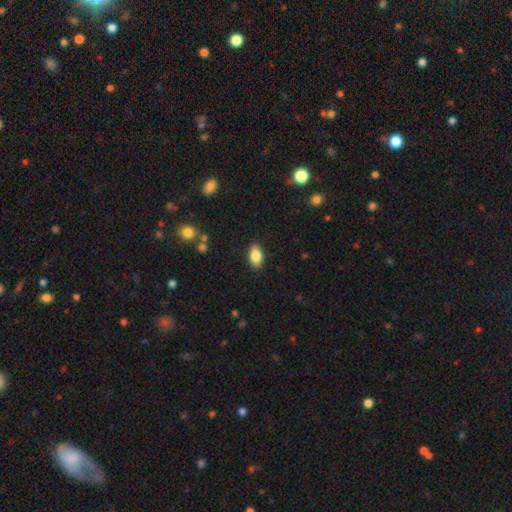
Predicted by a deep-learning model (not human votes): Overall: smooth (85%). How rounded: in between (91%). Merging: none (88%).